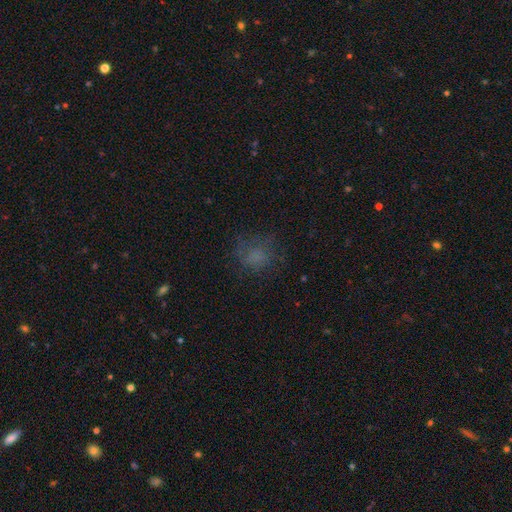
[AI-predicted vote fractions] This appears to be a smooth galaxy with no disk features (64%) that is round (72%). Merging: none (64%).